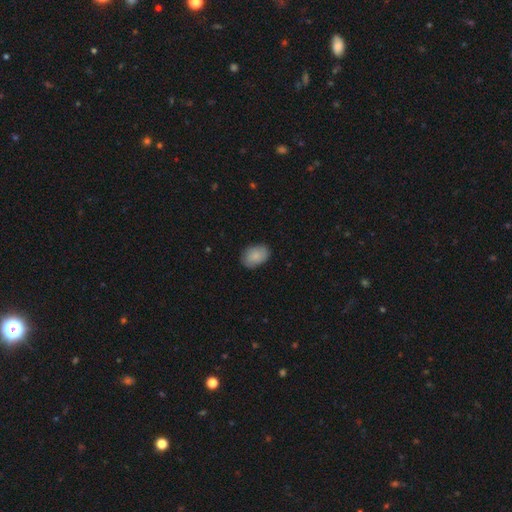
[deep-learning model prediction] Morphology: type=smooth (85%); roundness=in between (80%); merging=none (83%).